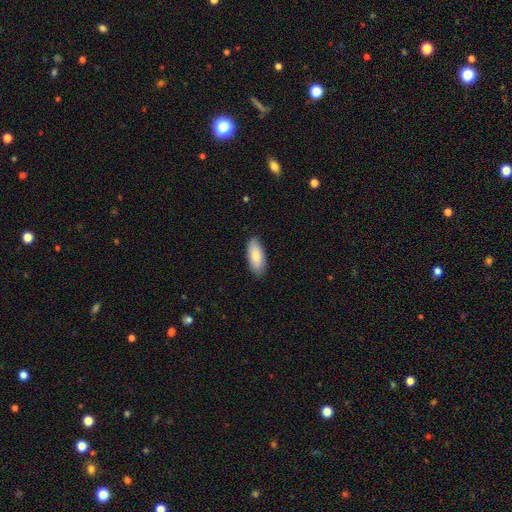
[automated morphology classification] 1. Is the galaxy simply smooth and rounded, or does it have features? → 82% smooth, 12% featured or disk, 6% star or artifact.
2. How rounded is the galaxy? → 86% in between, 12% cigar-shaped, 2% round.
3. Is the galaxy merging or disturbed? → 87% none, 11% minor disturbance, 2% major disturbance, 1% merger.